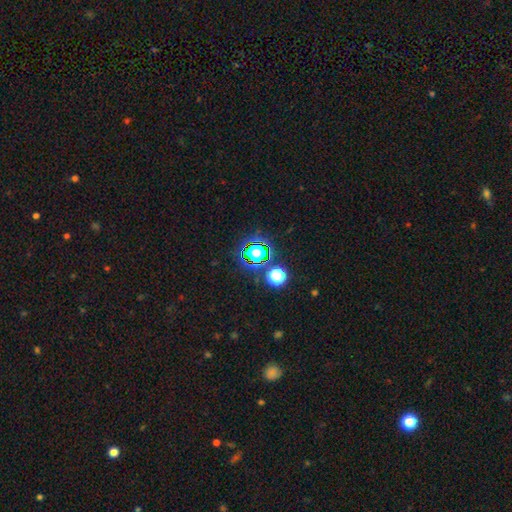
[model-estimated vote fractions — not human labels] Smooth or featured? Predicted: star or artifact (p=0.57).